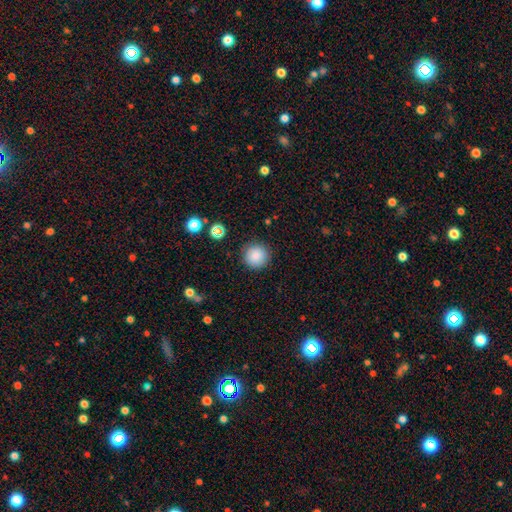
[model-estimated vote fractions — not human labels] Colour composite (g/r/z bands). It shows a smooth galaxy with no disk features (86%) that is round (95%). Merging: none (90%).